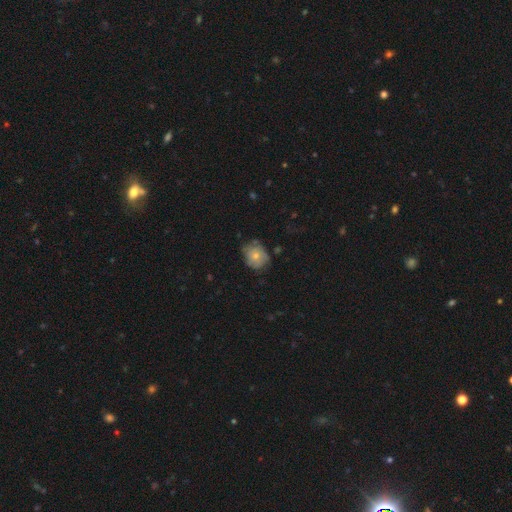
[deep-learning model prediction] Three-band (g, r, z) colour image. It shows a smooth galaxy with no disk features (65%) that is round (64%). Merging: none (57%).